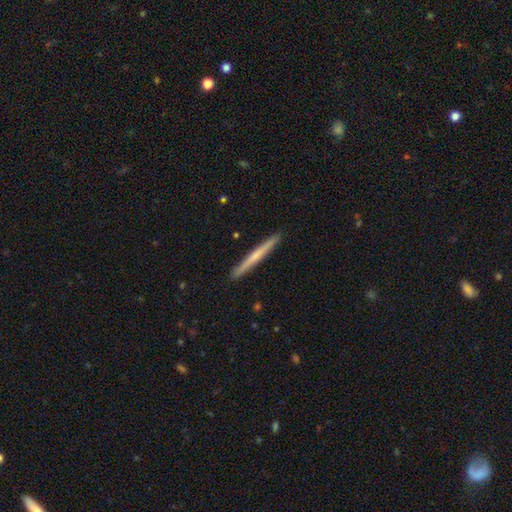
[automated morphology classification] Smooth or featured? Predicted: featured or disk (p=0.49). Merging? Predicted: none (p=0.93).